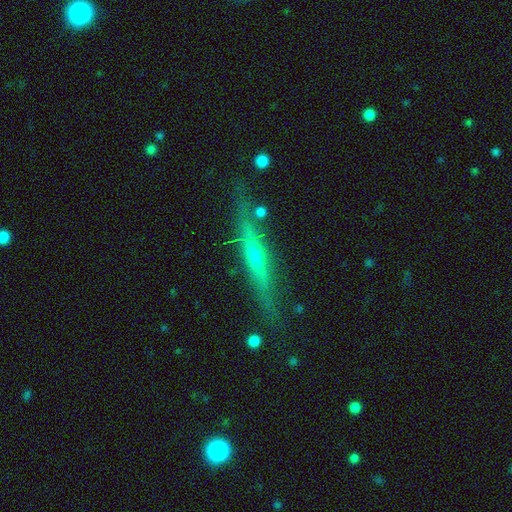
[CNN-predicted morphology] A featured or disk galaxy (74%) viewed edge-on (95%) with a rounded central bulge (68%).

Vote fractions:
- Smooth or featured? featured or disk: 74% / smooth: 18% / star or artifact: 8%
- Edge-on disk? yes: 95% / no: 5%
- Edge-on bulge? rounded: 68% / none: 26% / boxy: 7%
- Merging? none: 83% / minor disturbance: 11% / major disturbance: 3% / merger: 3%